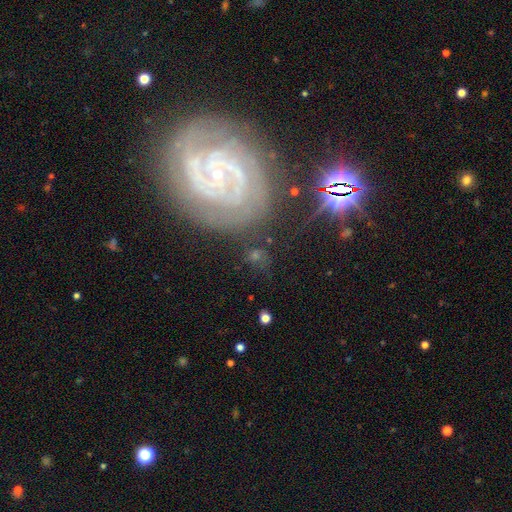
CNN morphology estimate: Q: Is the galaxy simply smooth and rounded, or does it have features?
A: featured or disk — 58%.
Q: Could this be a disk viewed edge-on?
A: no — 94%.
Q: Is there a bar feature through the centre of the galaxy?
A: no — 52%.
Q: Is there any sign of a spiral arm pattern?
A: yes — 86%.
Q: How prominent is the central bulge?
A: small — 66%.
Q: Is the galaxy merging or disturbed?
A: none — 70%.